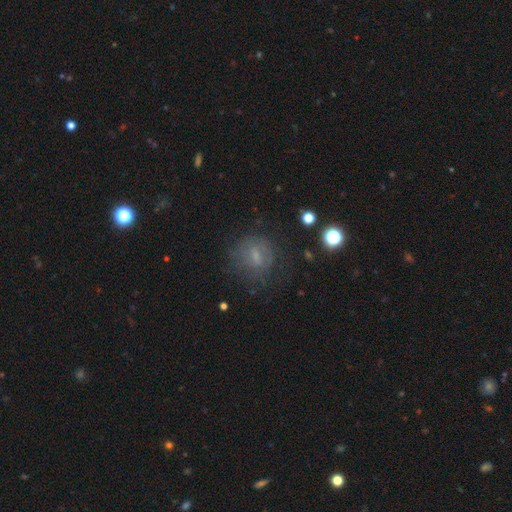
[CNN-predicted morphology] This is possibly a smooth galaxy (52%). How rounded: likely round (72%). Merging: likely none (65%).